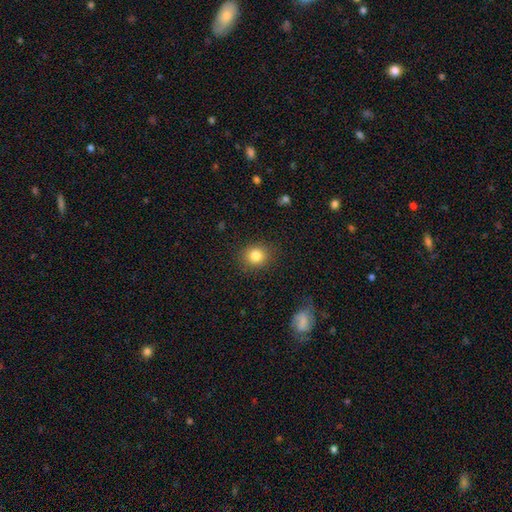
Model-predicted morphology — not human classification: smooth-or-featured: smooth: 83% | star or artifact: 11% | featured or disk: 7%
  how-rounded: round: 79% | in between: 20% | cigar-shaped: 1%
  merging: none: 88% | minor disturbance: 8% | major disturbance: 3% | merger: 1%